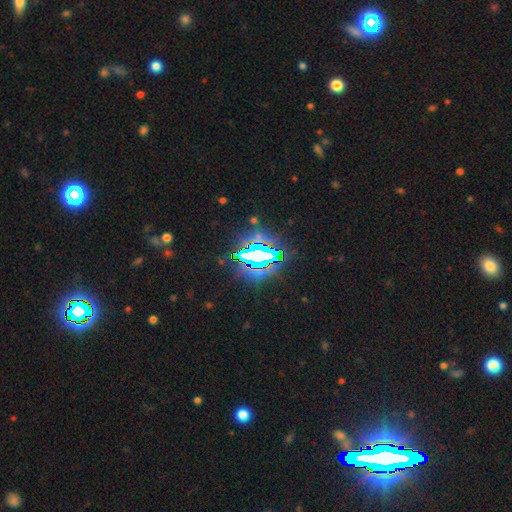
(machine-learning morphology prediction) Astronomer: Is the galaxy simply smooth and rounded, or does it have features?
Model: star or artifact — 74%.